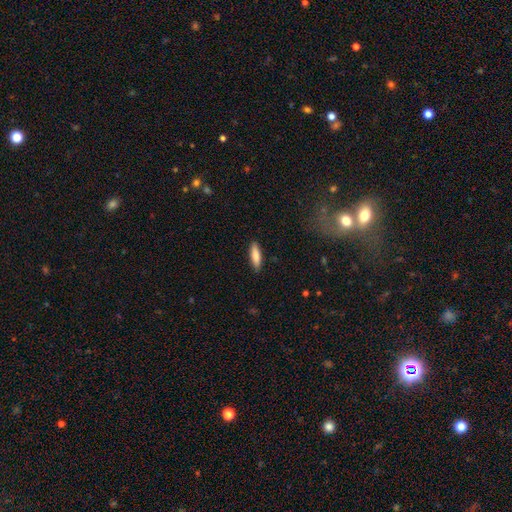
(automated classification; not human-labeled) Smooth or featured: smooth — 84% (featured or disk — 10%)
How rounded: cigar-shaped — 61% (in between — 37%)
Merging: none — 88% (minor disturbance — 9%)